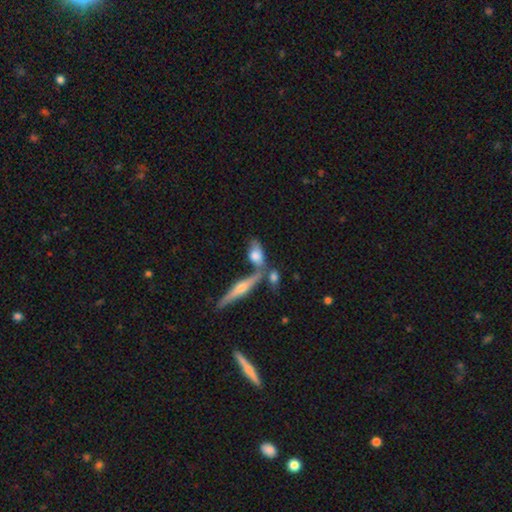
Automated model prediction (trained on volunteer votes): smooth_or_featured: smooth (p=0.58) [alt: featured or disk p=0.34]
how_rounded: in between (p=0.73) [alt: cigar-shaped p=0.19]
merging: none (p=0.47) [alt: merger p=0.32]